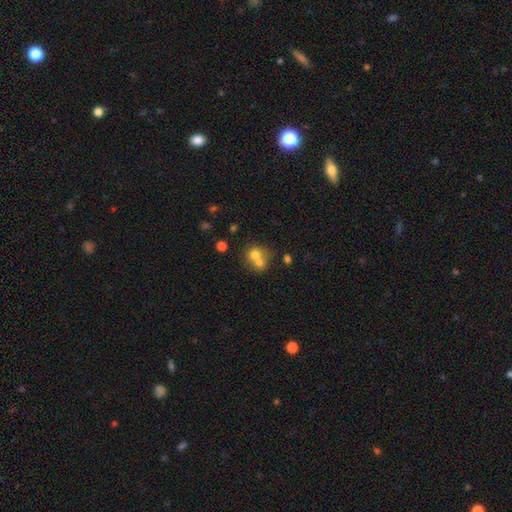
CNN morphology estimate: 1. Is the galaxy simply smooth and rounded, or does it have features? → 69% smooth, 19% featured or disk, 12% star or artifact.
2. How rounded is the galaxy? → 78% round, 21% in between, 1% cigar-shaped.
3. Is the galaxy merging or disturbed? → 60% merger, 31% none, 6% minor disturbance, 3% major disturbance.